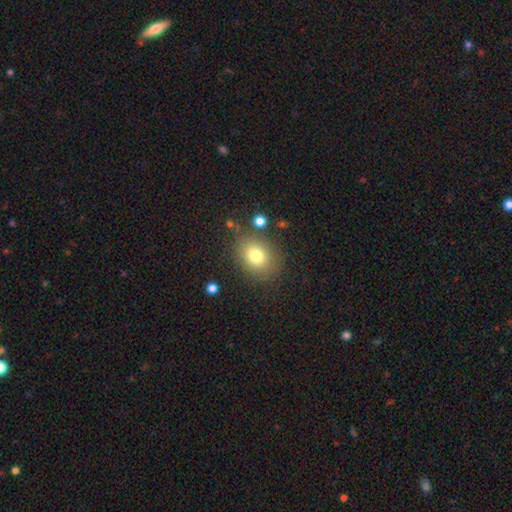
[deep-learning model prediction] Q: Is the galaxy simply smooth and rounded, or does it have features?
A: smooth — 77%.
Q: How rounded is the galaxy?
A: in between — 55%.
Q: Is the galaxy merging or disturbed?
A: none — 79%.